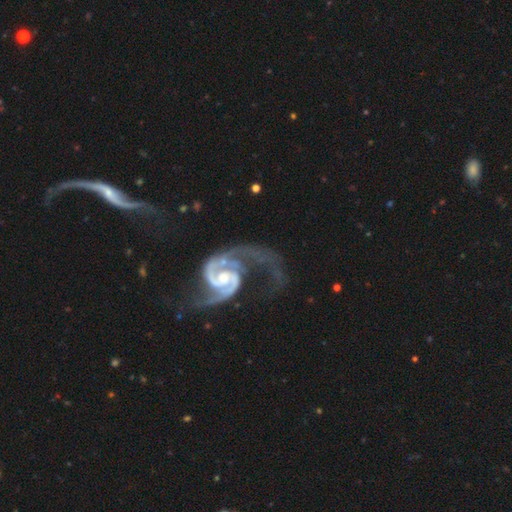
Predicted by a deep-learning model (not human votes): This is clearly a featured or disk galaxy (92%). It is clearly not viewed edge-on (98%). Bar: marginally weak (43%). Spiral arm pattern: clearly yes (97%). Spiral arm count: clearly 2 (89%). Spiral winding: possibly medium (51%). Central bulge: possibly small (51%). Merging: possibly none (48%).